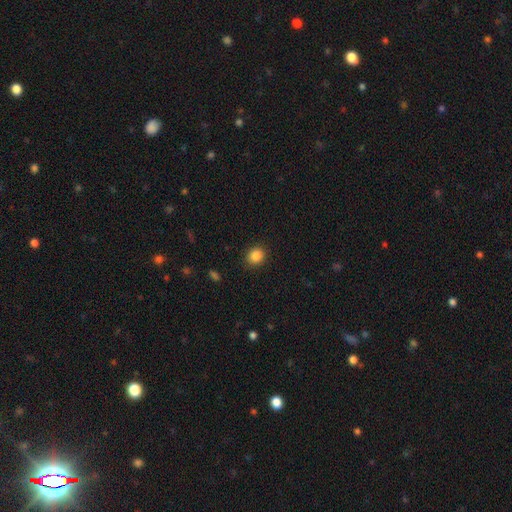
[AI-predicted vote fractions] smooth-or-featured: smooth: 87% | star or artifact: 10% | featured or disk: 3%
  how-rounded: round: 76% | in between: 23% | cigar-shaped: 1%
  merging: none: 89% | minor disturbance: 7% | major disturbance: 2% | merger: 1%